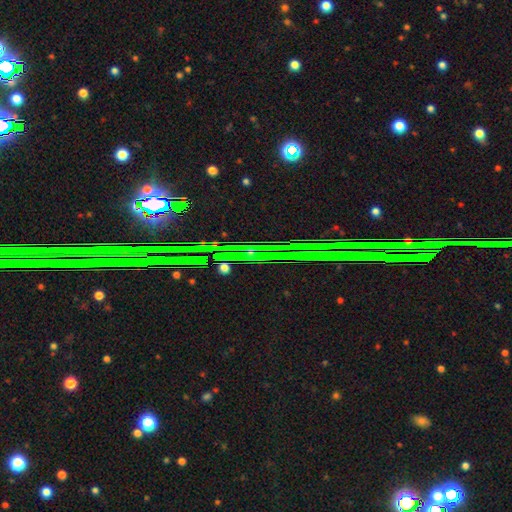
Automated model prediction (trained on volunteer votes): smooth-or-featured: star or artifact: 84% | featured or disk: 8% | smooth: 8%